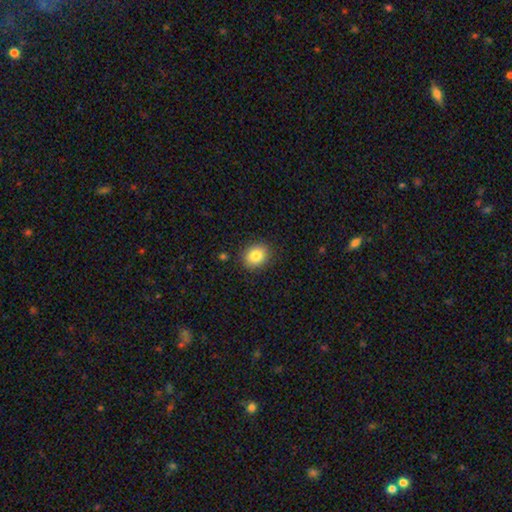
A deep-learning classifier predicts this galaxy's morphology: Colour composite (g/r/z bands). It shows a smooth galaxy with no disk features (84%) that is round (53%). Merging: none (88%).